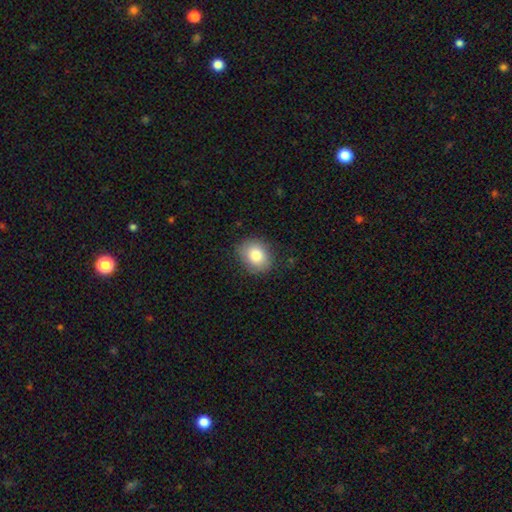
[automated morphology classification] Overall: smooth (83%). How rounded: round (56%; in between 43%). Merging: none (82%).